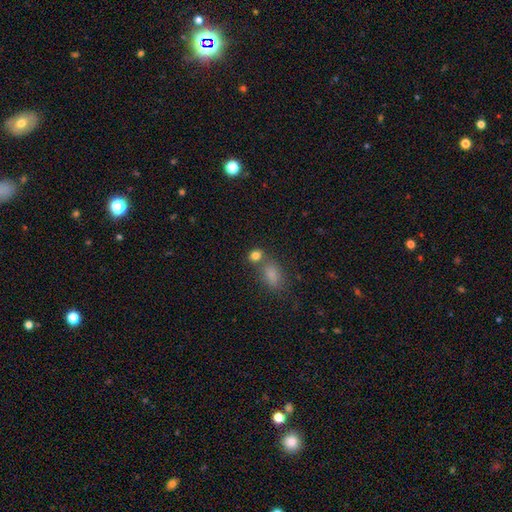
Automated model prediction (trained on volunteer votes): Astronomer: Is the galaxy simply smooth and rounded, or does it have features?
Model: smooth — 81%.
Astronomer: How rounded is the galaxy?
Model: in between — 52% (runner-up: round, 47%).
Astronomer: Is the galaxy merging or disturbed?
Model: none — 55% (runner-up: merger, 30%).